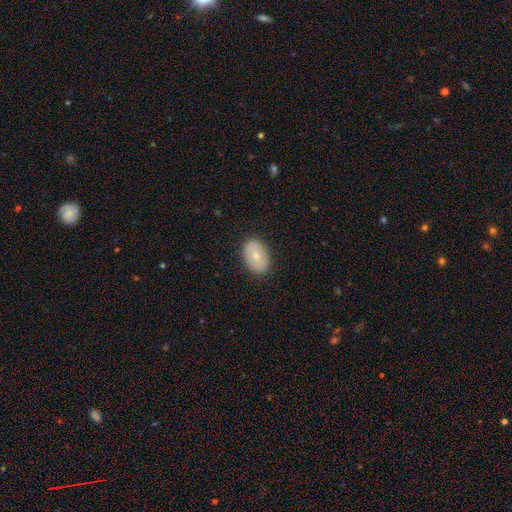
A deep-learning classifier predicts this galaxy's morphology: Smooth or featured?
  - smooth: 70% *
  - featured or disk: 23%
  - star or artifact: 7%
How rounded?
  - in between: 85% *
  - round: 14%
  - cigar-shaped: 1%
Merging?
  - none: 87% *
  - minor disturbance: 10%
  - major disturbance: 2%
  - merger: 1%